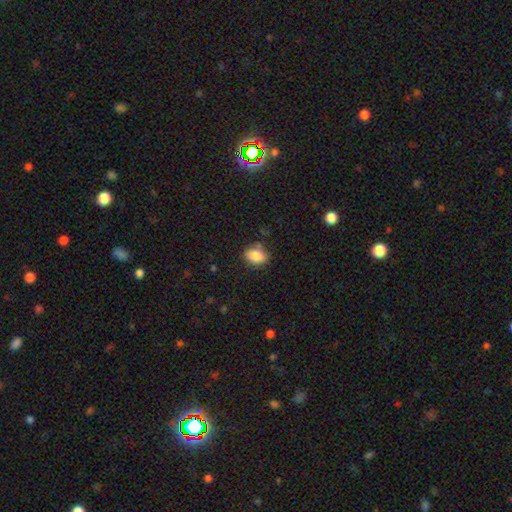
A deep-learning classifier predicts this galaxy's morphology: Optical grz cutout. It shows a smooth galaxy with no disk features (85%) that is in between round and cigar-shaped (72%). Merging: none (74%).